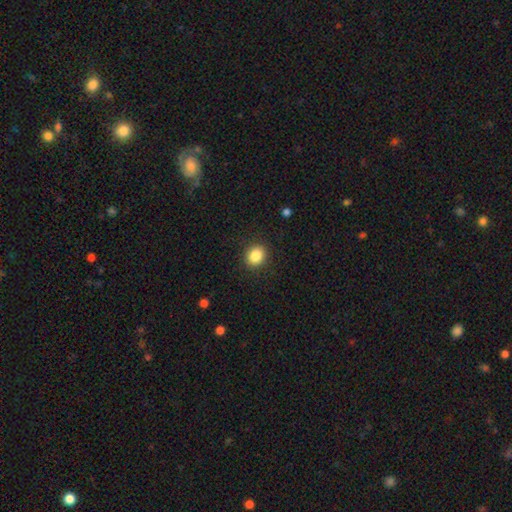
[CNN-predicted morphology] Q: Smooth or featured?
A: smooth (86%); runner-up: star or artifact (10%)
Q: How rounded?
A: round (72%); runner-up: in between (27%)
Q: Merging?
A: none (90%); runner-up: minor disturbance (7%)